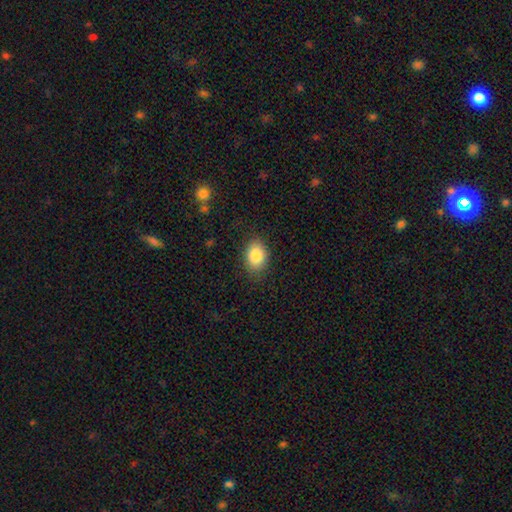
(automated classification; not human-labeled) Overall: smooth (86%). How rounded: in between (75%). Merging: none (84%).